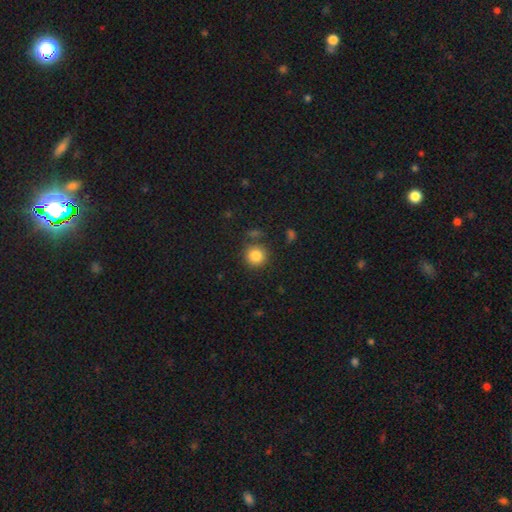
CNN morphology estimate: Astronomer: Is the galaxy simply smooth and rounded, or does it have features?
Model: smooth — 84%.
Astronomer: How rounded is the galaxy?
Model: round — 93%.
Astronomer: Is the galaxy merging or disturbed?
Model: none — 82%.